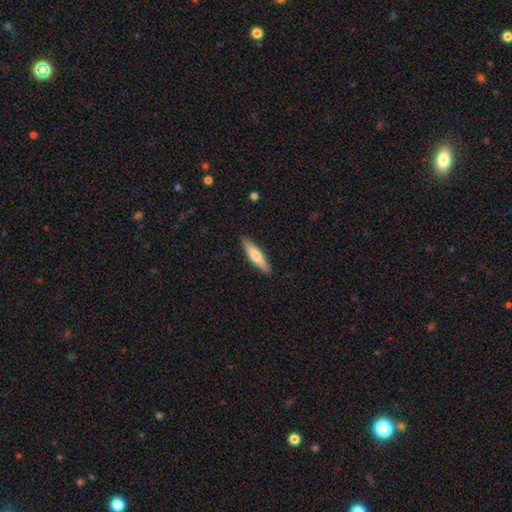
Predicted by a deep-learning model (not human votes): This is likely a smooth galaxy (63%). How rounded: likely cigar-shaped (74%). Merging: clearly none (89%).